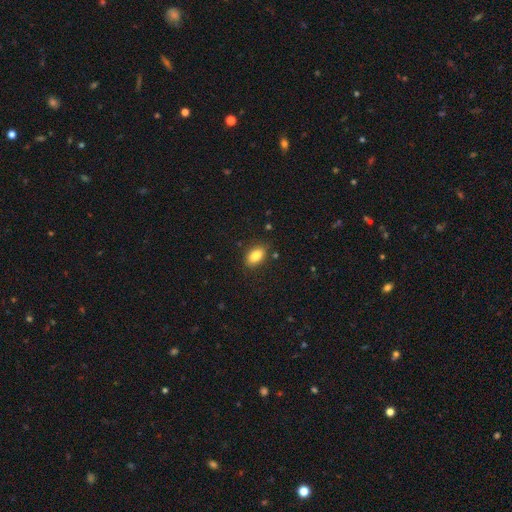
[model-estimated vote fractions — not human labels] Overall: smooth (84%). How rounded: in between (89%). Merging: none (83%).